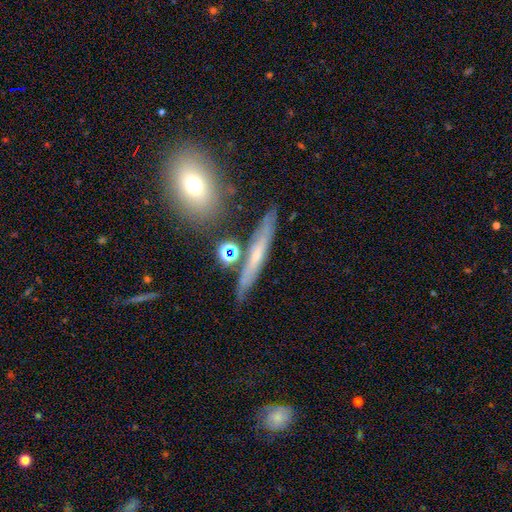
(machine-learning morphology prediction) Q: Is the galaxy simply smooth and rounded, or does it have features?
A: featured or disk — 54%.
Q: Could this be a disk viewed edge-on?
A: yes — 84%.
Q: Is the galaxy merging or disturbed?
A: none — 79%.